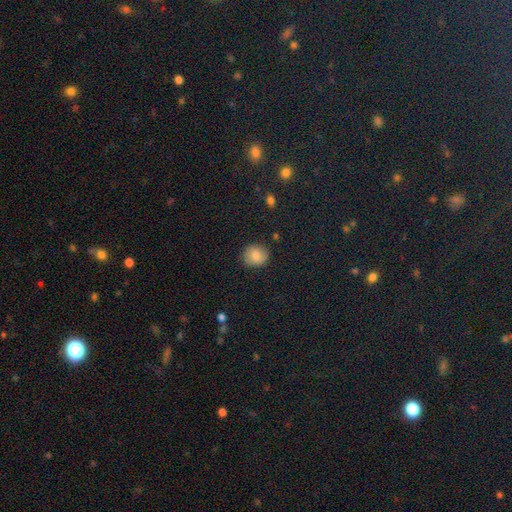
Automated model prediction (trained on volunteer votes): A smooth galaxy with no disk features (83%) that is round (81%).

Vote fractions:
- Smooth or featured? smooth: 83% / star or artifact: 9% / featured or disk: 8%
- How rounded? round: 81% / in between: 18% / cigar-shaped: 1%
- Merging? none: 86% / minor disturbance: 10% / major disturbance: 2% / merger: 1%